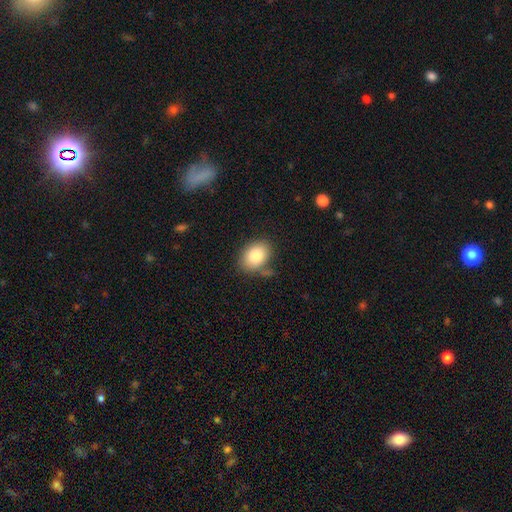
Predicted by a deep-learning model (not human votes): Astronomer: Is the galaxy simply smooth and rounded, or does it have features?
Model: smooth — 81%.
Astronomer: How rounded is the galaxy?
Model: in between — 73%.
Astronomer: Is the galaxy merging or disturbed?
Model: none — 74%.